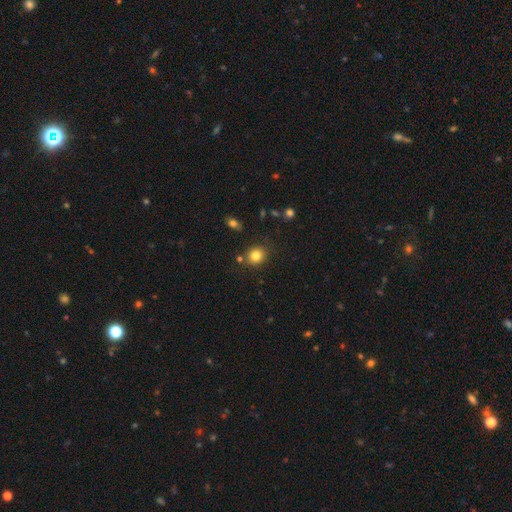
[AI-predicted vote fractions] A smooth galaxy with no disk features (82%) that is round (78%).

Vote fractions:
- Smooth or featured? smooth: 82% / star or artifact: 12% / featured or disk: 7%
- How rounded? round: 78% / in between: 21% / cigar-shaped: 1%
- Merging? none: 82% / minor disturbance: 10% / merger: 5% / major disturbance: 3%